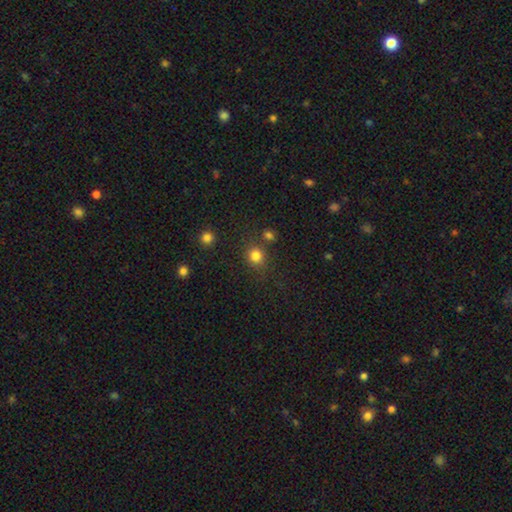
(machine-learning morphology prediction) This appears to be a smooth galaxy with no disk features (81%) that is round (86%). Merging: none (76%).